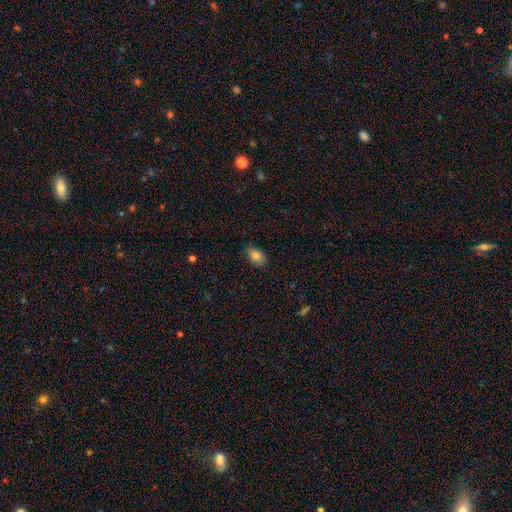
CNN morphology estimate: Smooth or featured?
  - smooth: 82% *
  - featured or disk: 9%
  - star or artifact: 9%
How rounded?
  - in between: 87% *
  - round: 12%
  - cigar-shaped: 2%
Merging?
  - none: 76% *
  - minor disturbance: 20%
  - major disturbance: 3%
  - merger: 1%